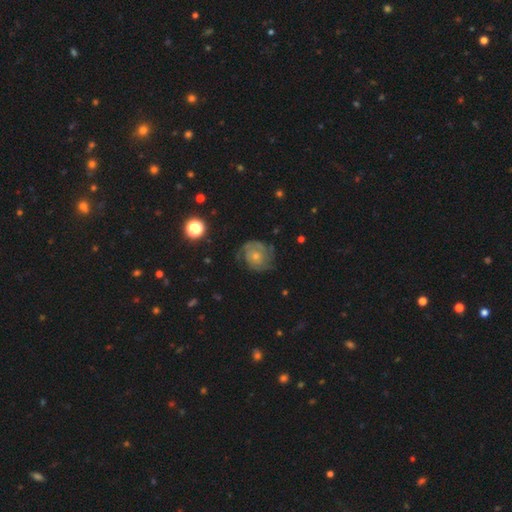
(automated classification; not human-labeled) A featured or disk galaxy (79%) with no bar (80%), 2 (53%) tight (60%) spiral arms (93%) and a small central bulge (62%). Merging: none (69%).